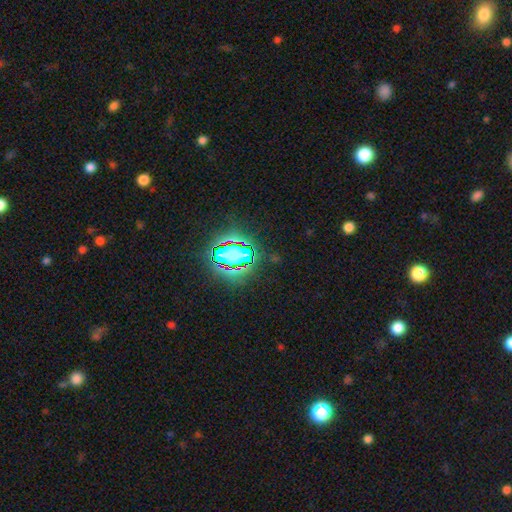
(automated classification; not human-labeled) Smooth or featured? star or artifact (76%)